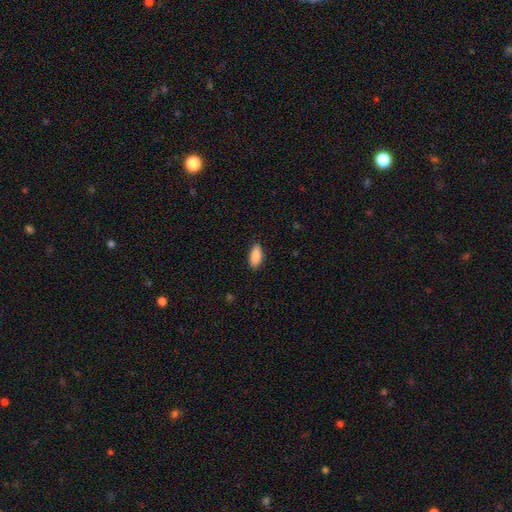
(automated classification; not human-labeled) Overall: smooth (90%). How rounded: in between (88%). Merging: none (86%).